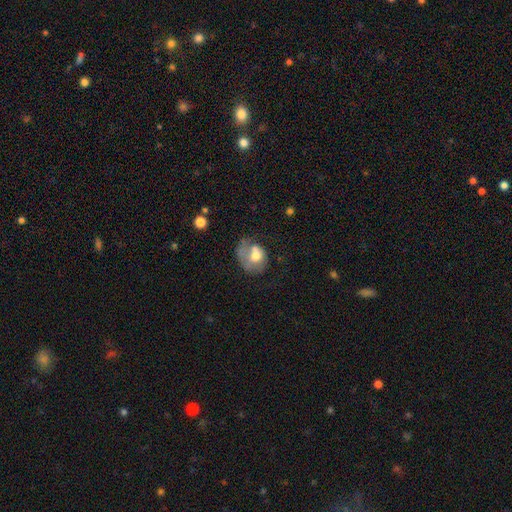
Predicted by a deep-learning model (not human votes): Overall: smooth (56%; featured or disk 36%). How rounded: round (50%; in between 49%). Merging: major disturbance (33%; none 25%).